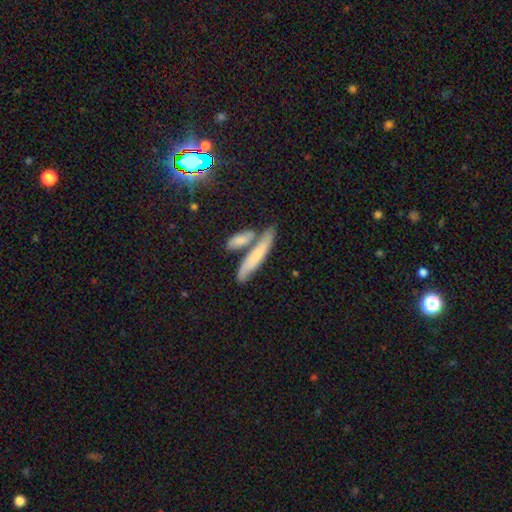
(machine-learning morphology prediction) Smooth or featured: smooth — 62% (featured or disk — 28%)
How rounded: cigar-shaped — 80% (in between — 17%)
Merging: none — 53% (merger — 30%)